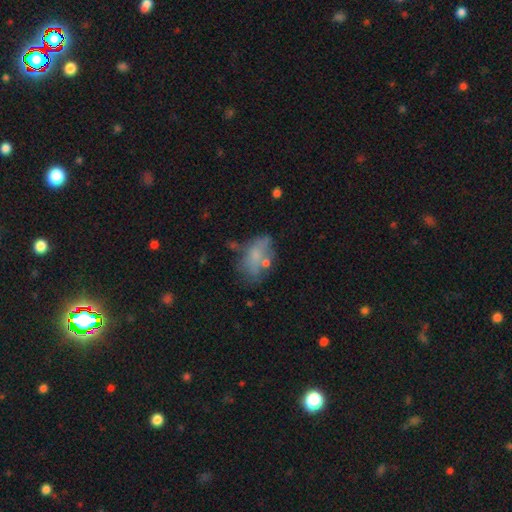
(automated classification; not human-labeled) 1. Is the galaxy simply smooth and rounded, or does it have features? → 53% smooth, 35% featured or disk, 12% star or artifact.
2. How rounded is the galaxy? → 86% in between, 11% round, 4% cigar-shaped.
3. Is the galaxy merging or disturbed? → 42% none, 24% minor disturbance, 18% major disturbance, 16% merger.